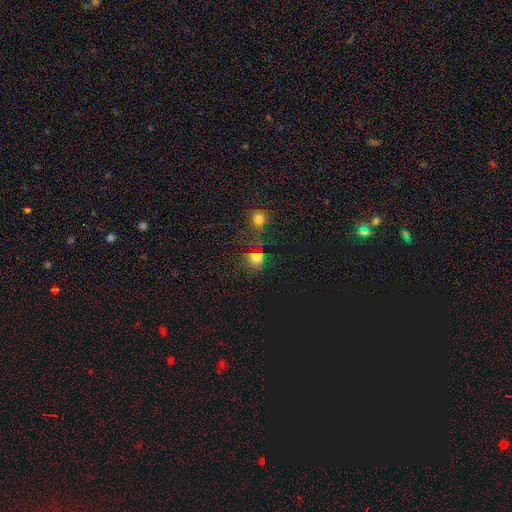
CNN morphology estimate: type=smooth (60%); roundness=round (70%); merging=none (60%).